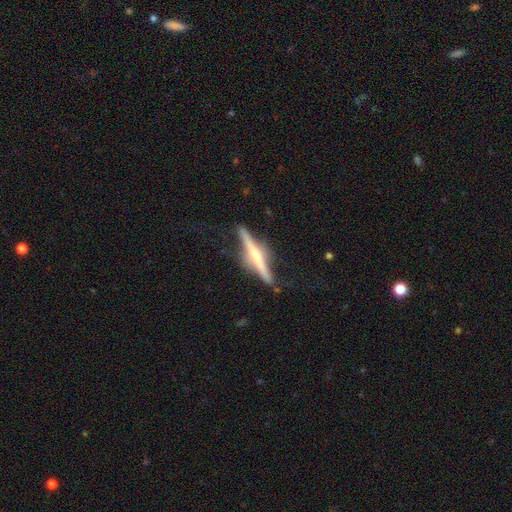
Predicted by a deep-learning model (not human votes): Smooth or featured? featured or disk (74%)
Edge-on disk? yes (97%)
Edge-on bulge? rounded (77%)
Merging? none (81%)